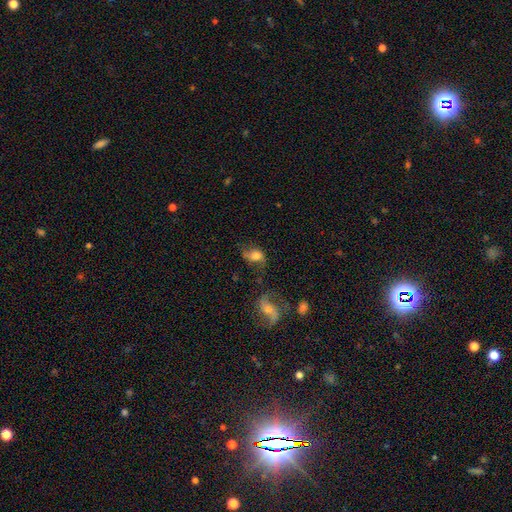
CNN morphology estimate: smooth-or-featured: smooth: 45% | featured or disk: 43% | star or artifact: 12%
  merging: none: 41% | minor disturbance: 24% | major disturbance: 24% | merger: 11%